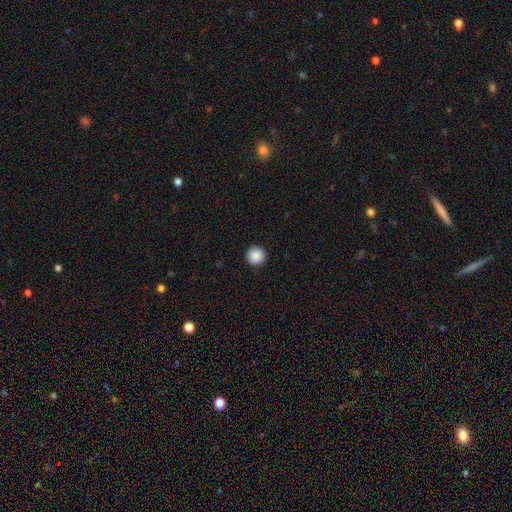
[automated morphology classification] Smooth or featured: smooth — 89% (star or artifact — 9%)
How rounded: round — 96% (in between — 3%)
Merging: none — 93% (minor disturbance — 4%)